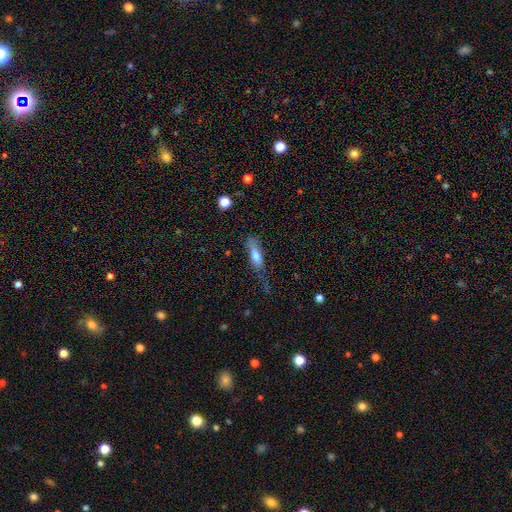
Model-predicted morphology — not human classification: The model was most divided on "how rounded": cigar-shaped: 49%, in between: 48%, round: 3%. Remaining: smooth or featured — smooth (69%); merging — none (42%).